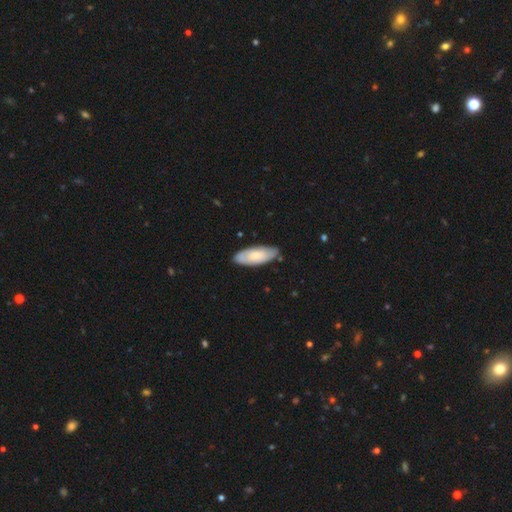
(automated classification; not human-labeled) A smooth galaxy with no disk features (66%) that is in between round and cigar-shaped (78%).

Vote fractions:
- Smooth or featured? smooth: 66% / featured or disk: 29% / star or artifact: 5%
- How rounded? in between: 78% / cigar-shaped: 21% / round: 2%
- Merging? none: 80% / minor disturbance: 16% / major disturbance: 2% / merger: 2%